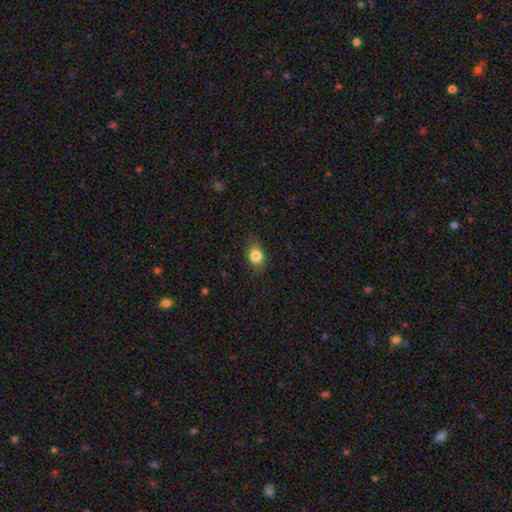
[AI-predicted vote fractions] Morphology: type=smooth (83%); roundness=in between (57%); merging=none (81%).